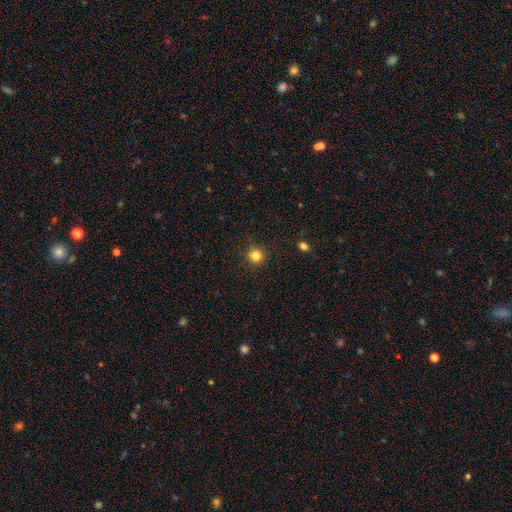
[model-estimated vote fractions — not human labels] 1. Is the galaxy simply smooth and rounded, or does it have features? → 83% smooth, 12% star or artifact, 4% featured or disk.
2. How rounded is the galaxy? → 92% round, 7% in between, 1% cigar-shaped.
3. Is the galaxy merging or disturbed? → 89% none, 7% minor disturbance, 2% major disturbance, 1% merger.